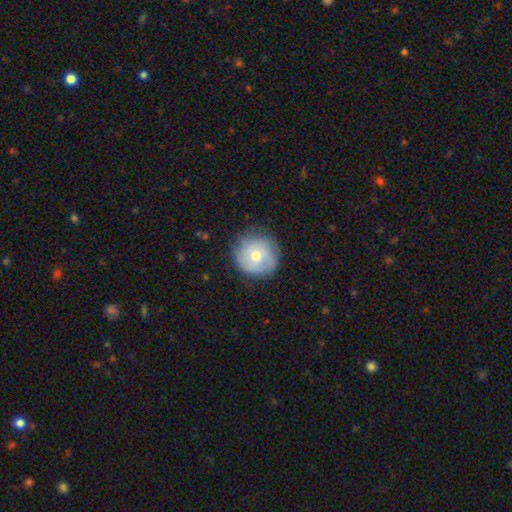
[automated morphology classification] The model was most divided on "smooth or featured": smooth: 51%, featured or disk: 41%, star or artifact: 8%. More confident: how rounded — round (93%); merging — none (79%).